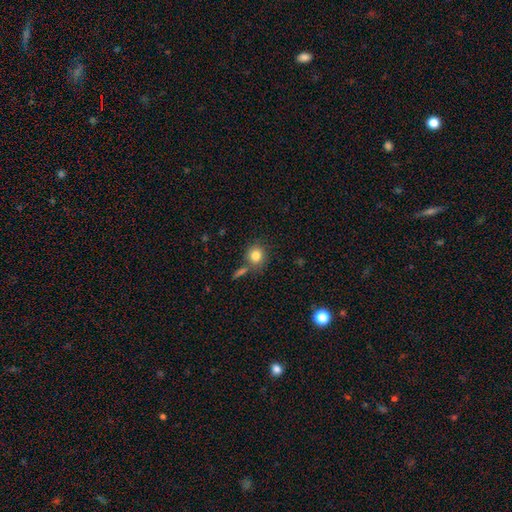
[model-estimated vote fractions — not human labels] Smooth or featured? Predicted: smooth (p=0.82). How rounded? Predicted: round (p=0.82). Merging? Predicted: none (p=0.70).